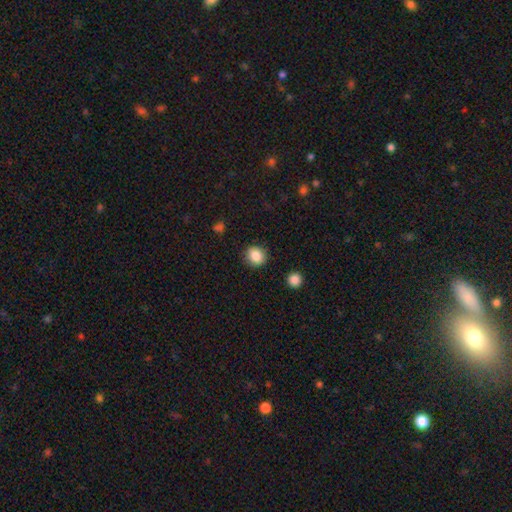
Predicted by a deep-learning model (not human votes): Smooth or featured?
  - smooth: 86% *
  - star or artifact: 9%
  - featured or disk: 5%
How rounded?
  - round: 80% *
  - in between: 19%
  - cigar-shaped: 1%
Merging?
  - none: 87% *
  - minor disturbance: 8%
  - major disturbance: 3%
  - merger: 2%